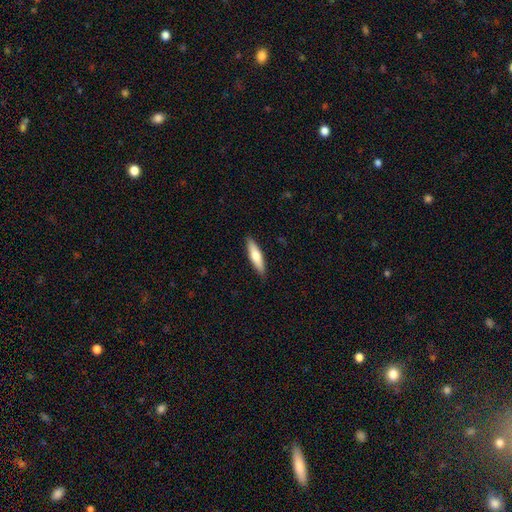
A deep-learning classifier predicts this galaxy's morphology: smooth 62%, featured or disk 32%, star or artifact 5%. Down the decision tree: how rounded — cigar-shaped (73%); merging — none (89%).